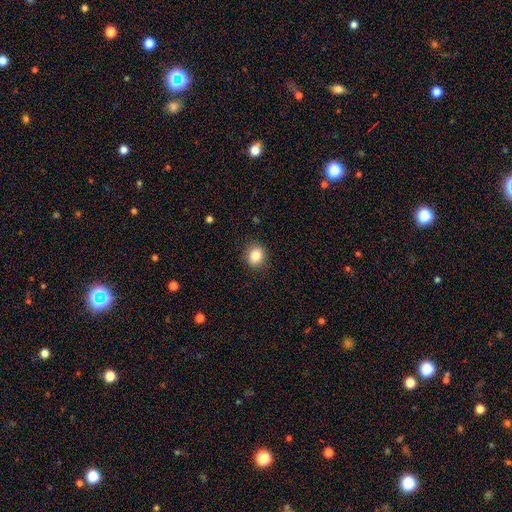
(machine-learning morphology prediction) Smooth or featured?
  - smooth: 85% *
  - star or artifact: 10%
  - featured or disk: 6%
How rounded?
  - round: 75% *
  - in between: 24%
  - cigar-shaped: 1%
Merging?
  - none: 89% *
  - minor disturbance: 7%
  - major disturbance: 2%
  - merger: 1%